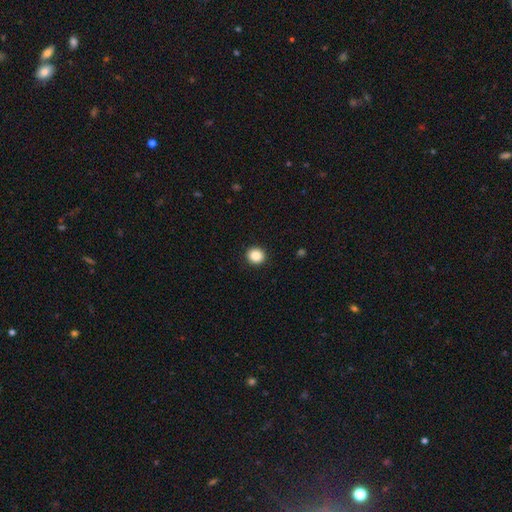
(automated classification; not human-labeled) This appears to be a smooth galaxy with no disk features (87%) that is round (89%). Merging: none (92%).